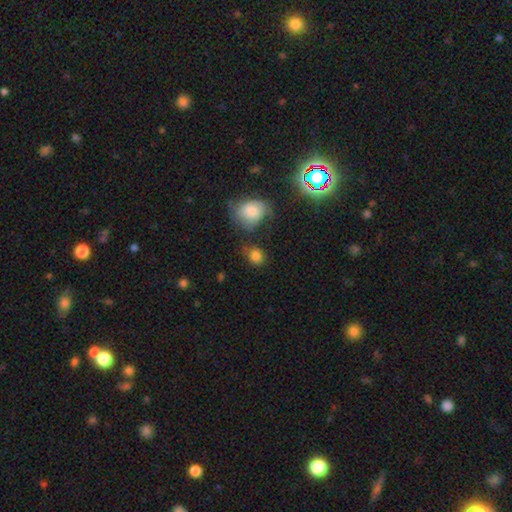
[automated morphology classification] A smooth galaxy with no disk features (82%) that is round (67%).

Vote fractions:
- Smooth or featured? smooth: 82% / star or artifact: 11% / featured or disk: 8%
- How rounded? round: 67% / in between: 32% / cigar-shaped: 1%
- Merging? none: 63% / minor disturbance: 19% / merger: 10% / major disturbance: 8%